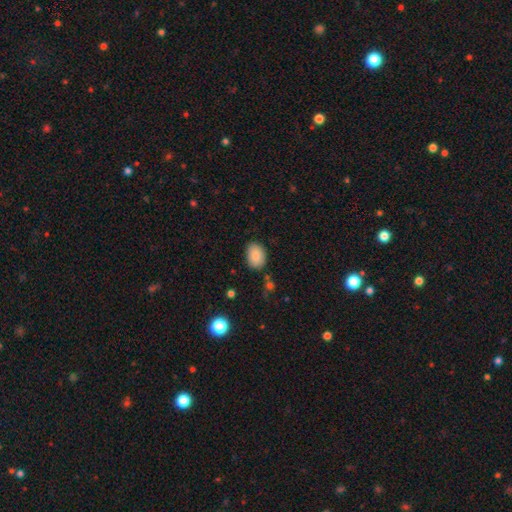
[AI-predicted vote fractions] This appears to be a smooth galaxy with no disk features (87%) that is in between round and cigar-shaped (79%). Merging: none (82%).